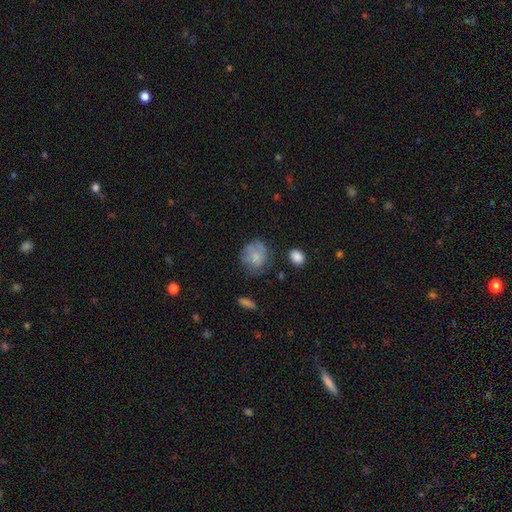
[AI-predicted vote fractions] Smooth or featured: smooth — 72% (featured or disk — 19%)
How rounded: round — 74% (in between — 25%)
Merging: none — 55% (minor disturbance — 27%)